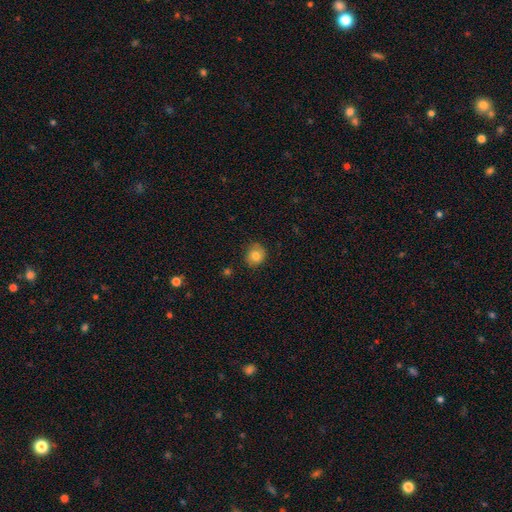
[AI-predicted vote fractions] Smooth or featured?
  - smooth: 81% *
  - star or artifact: 10%
  - featured or disk: 9%
How rounded?
  - round: 78% *
  - in between: 21%
  - cigar-shaped: 1%
Merging?
  - none: 79% *
  - minor disturbance: 16%
  - major disturbance: 3%
  - merger: 1%